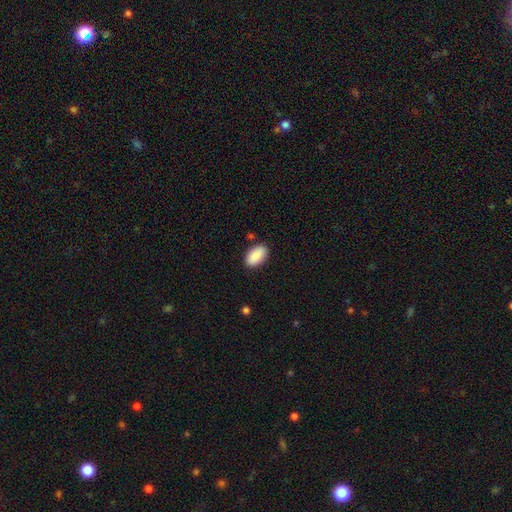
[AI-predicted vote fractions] Q: Smooth or featured?
A: smooth (89%); runner-up: star or artifact (6%)
Q: How rounded?
A: in between (94%); runner-up: round (3%)
Q: Merging?
A: none (86%); runner-up: minor disturbance (10%)